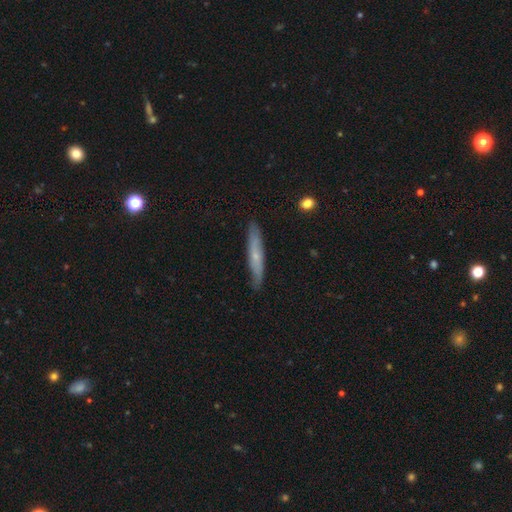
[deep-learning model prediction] Overall: featured or disk (47%, tied with smooth). Merging: none (84%).